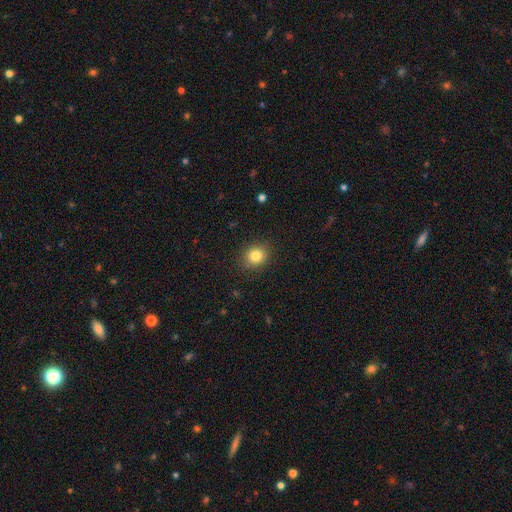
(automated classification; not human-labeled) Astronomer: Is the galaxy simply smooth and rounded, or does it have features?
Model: smooth — 83%.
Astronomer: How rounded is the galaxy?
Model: round — 72%.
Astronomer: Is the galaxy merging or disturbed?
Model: none — 87%.